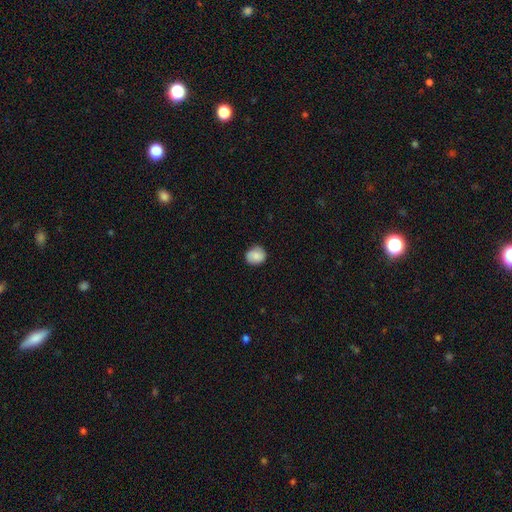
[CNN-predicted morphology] Q: Smooth or featured?
A: smooth (78%); runner-up: featured or disk (14%)
Q: How rounded?
A: round (77%); runner-up: in between (22%)
Q: Merging?
A: none (84%); runner-up: minor disturbance (12%)